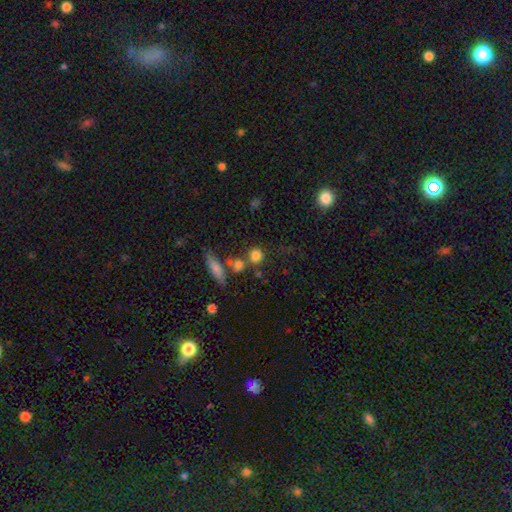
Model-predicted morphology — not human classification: The model was most divided on "merging": none: 67%, merger: 18%, minor disturbance: 10%, major disturbance: 5%. More confident: how rounded — round (85%); smooth or featured — smooth (80%).